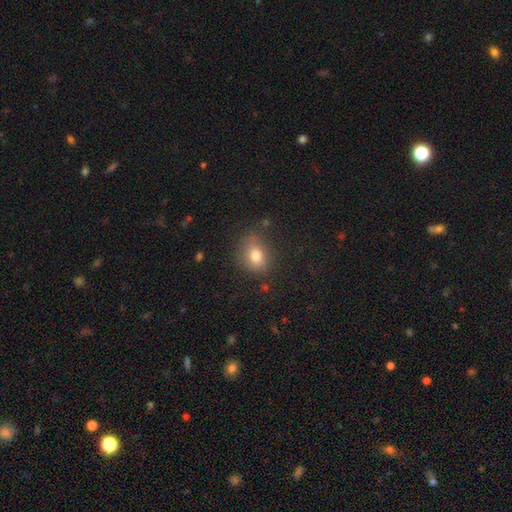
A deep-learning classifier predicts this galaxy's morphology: smooth_or_featured: smooth (p=0.77) [alt: star or artifact p=0.12]
how_rounded: in between (p=0.50) [alt: round p=0.49]
merging: none (p=0.75) [alt: minor disturbance p=0.18]